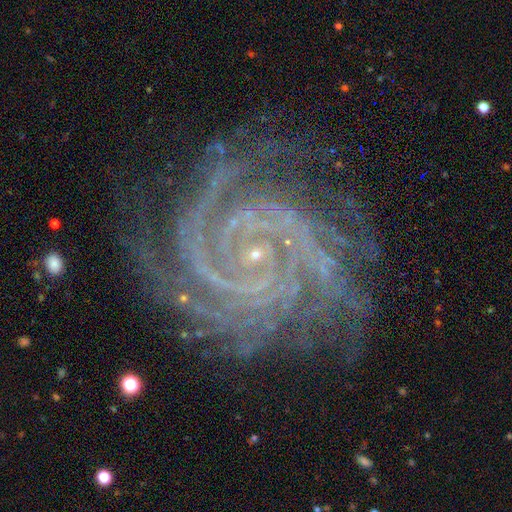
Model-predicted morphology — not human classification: This appears to be a featured or disk galaxy (91%) with no bar (58%), 3 (22%) tight (76%) spiral arms (99%) and a small central bulge (86%). Merging: none (75%).